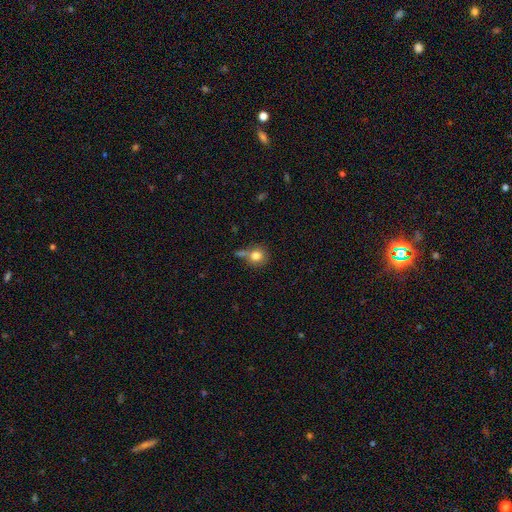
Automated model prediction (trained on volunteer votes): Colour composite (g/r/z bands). It shows a smooth galaxy with no disk features (80%) that is round (81%). Merging: none (52%).